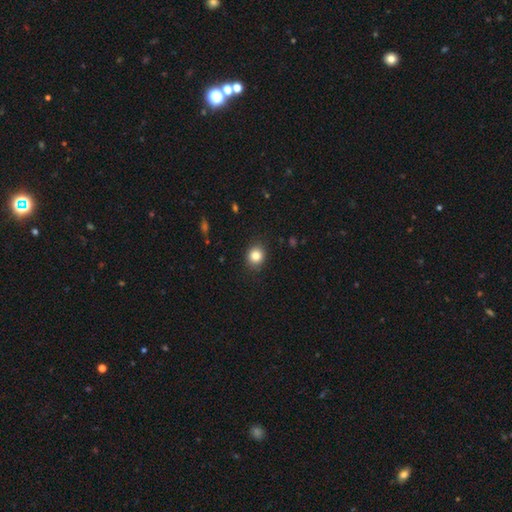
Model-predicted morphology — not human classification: smooth 84%, star or artifact 10%, featured or disk 5%. Down the decision tree: how rounded — round (78%); merging — none (89%).